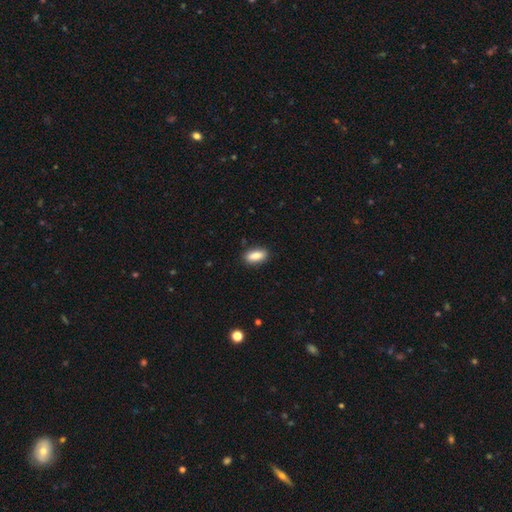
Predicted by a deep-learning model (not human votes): Smooth or featured? Predicted: smooth (p=0.87). How rounded? Predicted: in between (p=0.83). Merging? Predicted: none (p=0.88).